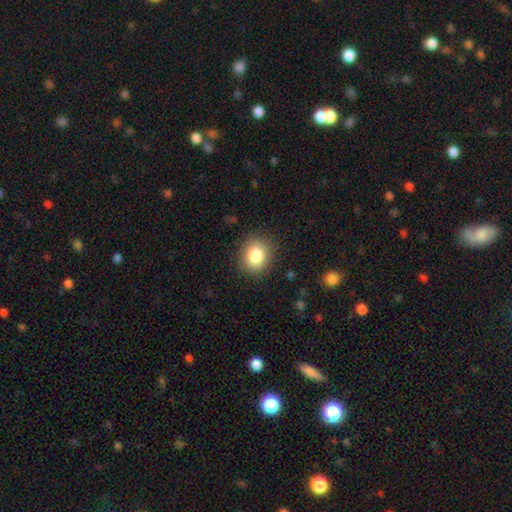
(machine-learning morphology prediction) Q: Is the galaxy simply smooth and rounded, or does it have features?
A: smooth — 84%.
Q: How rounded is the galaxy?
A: round — 64%.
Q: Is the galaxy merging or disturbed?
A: none — 86%.